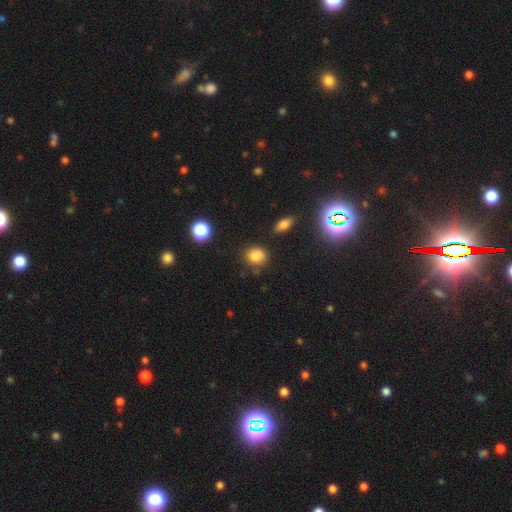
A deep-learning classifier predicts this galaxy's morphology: type=smooth (79%); roundness=round (65%); merging=none (72%).